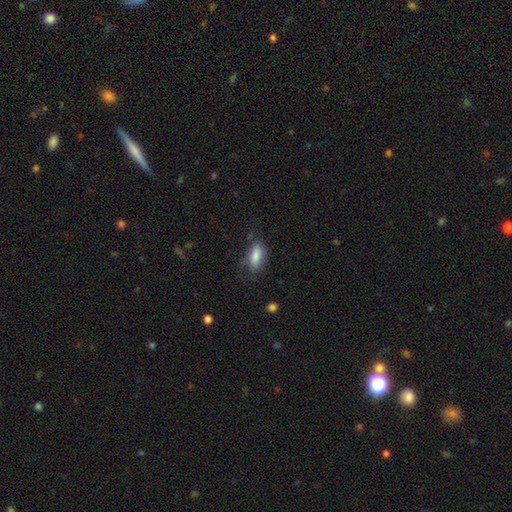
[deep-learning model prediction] Morphology: type=smooth (78%); roundness=in between (81%); merging=none (55%).